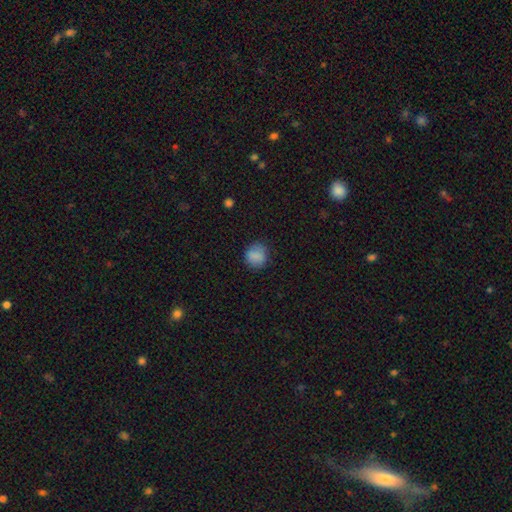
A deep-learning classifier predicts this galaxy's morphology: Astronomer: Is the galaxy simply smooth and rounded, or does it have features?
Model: smooth — 84%.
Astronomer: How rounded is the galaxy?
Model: round — 82%.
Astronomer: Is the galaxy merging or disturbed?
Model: none — 81%.